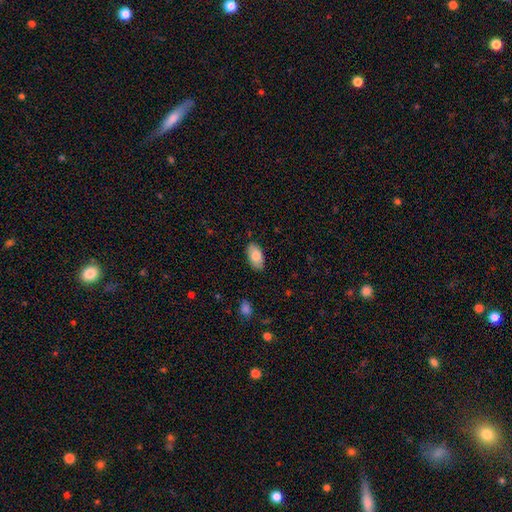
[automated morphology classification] A smooth galaxy with no disk features (80%) that is in between round and cigar-shaped (95%).

Vote fractions:
- Smooth or featured? smooth: 80% / featured or disk: 13% / star or artifact: 6%
- How rounded? in between: 95% / round: 3% / cigar-shaped: 2%
- Merging? none: 85% / minor disturbance: 11% / major disturbance: 2% / merger: 1%